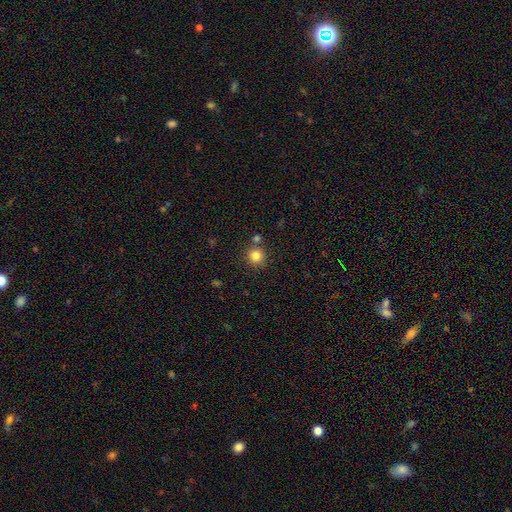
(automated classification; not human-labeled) Smooth or featured? Predicted: smooth (p=0.83). How rounded? Predicted: round (p=0.93). Merging? Predicted: none (p=0.80).